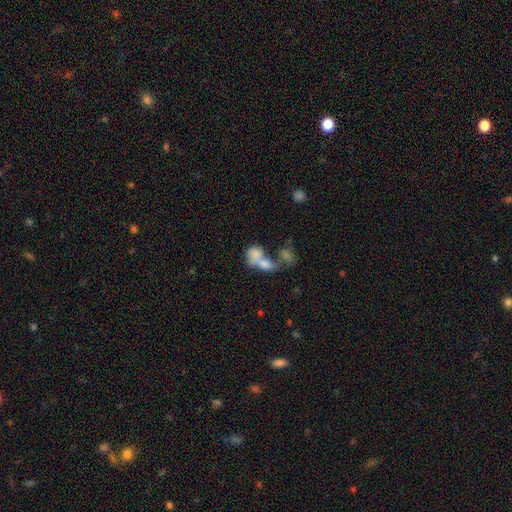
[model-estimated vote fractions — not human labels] Q: Smooth or featured?
A: smooth (70%); runner-up: featured or disk (20%)
Q: How rounded?
A: in between (70%); runner-up: round (26%)
Q: Merging?
A: merger (72%); runner-up: none (14%)